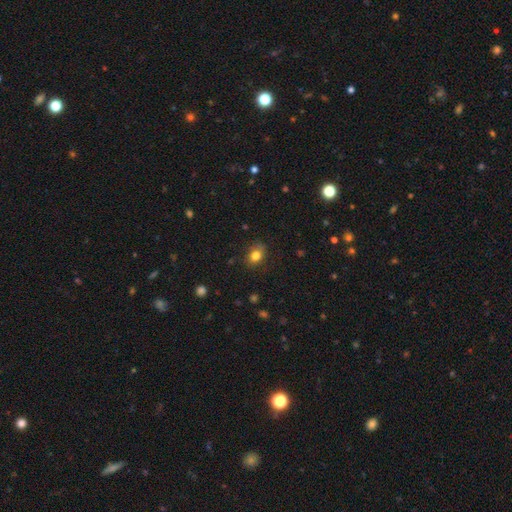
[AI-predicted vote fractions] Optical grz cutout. It shows a smooth galaxy with no disk features (81%) that is in between round and cigar-shaped (61%). Merging: none (80%).